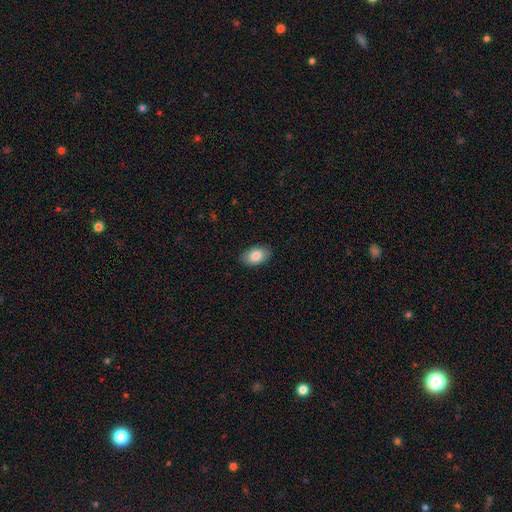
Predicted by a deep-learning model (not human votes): smooth 85%, featured or disk 8%, star or artifact 7%. Down the decision tree: how rounded — in between (91%); merging — none (87%).